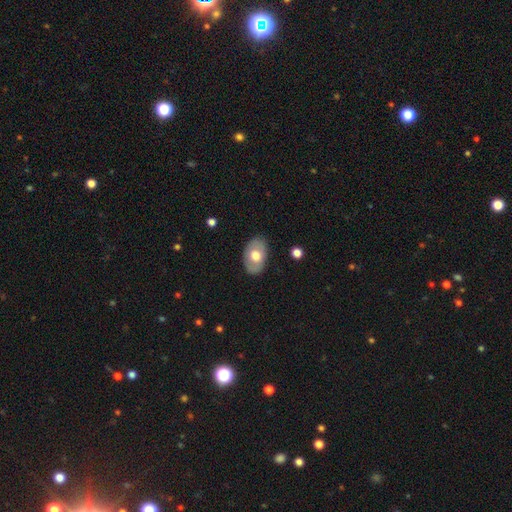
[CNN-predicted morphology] Overall: smooth (63%; featured or disk 31%). How rounded: in between (88%). Merging: none (83%).